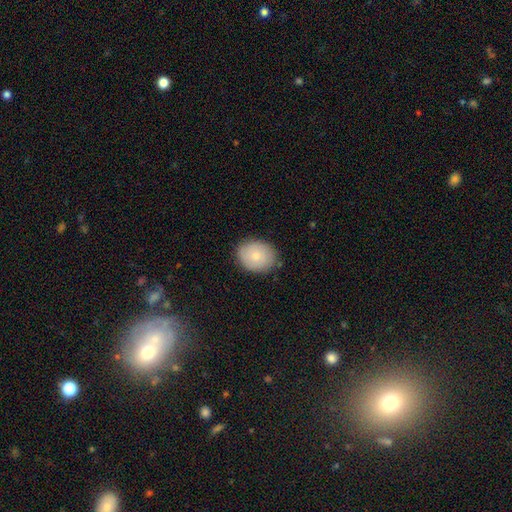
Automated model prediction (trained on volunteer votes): Smooth or featured: smooth — 76% (featured or disk — 18%)
How rounded: in between — 54% (round — 46%)
Merging: none — 83% (minor disturbance — 13%)